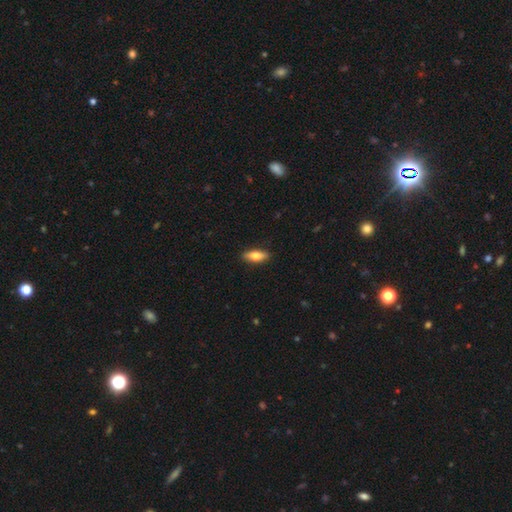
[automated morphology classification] Smooth or featured? Predicted: smooth (p=0.72). How rounded? Predicted: in between (p=0.63). Merging? Predicted: none (p=0.87).